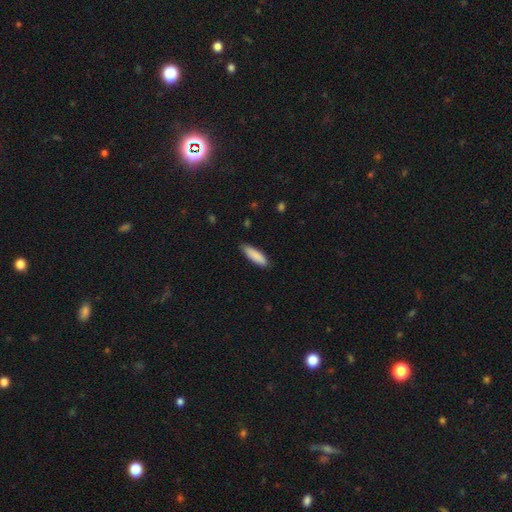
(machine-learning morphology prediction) smooth_or_featured: smooth (p=0.88) [alt: featured or disk p=0.07]
how_rounded: cigar-shaped (p=0.59) [alt: in between p=0.40]
merging: none (p=0.83) [alt: minor disturbance p=0.14]